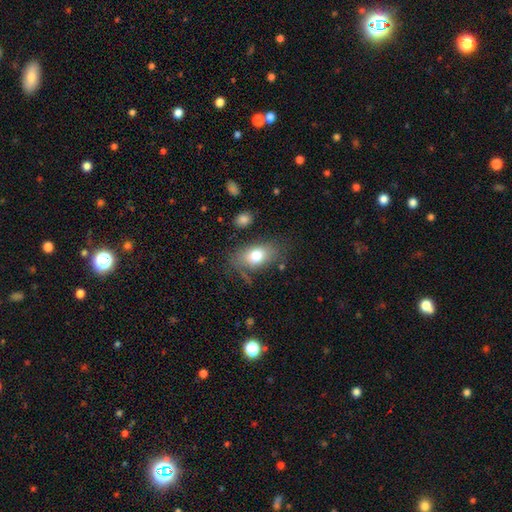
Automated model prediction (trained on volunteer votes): This appears to be a smooth galaxy with no disk features (75%) that is in between round and cigar-shaped (87%). Merging: none (65%).